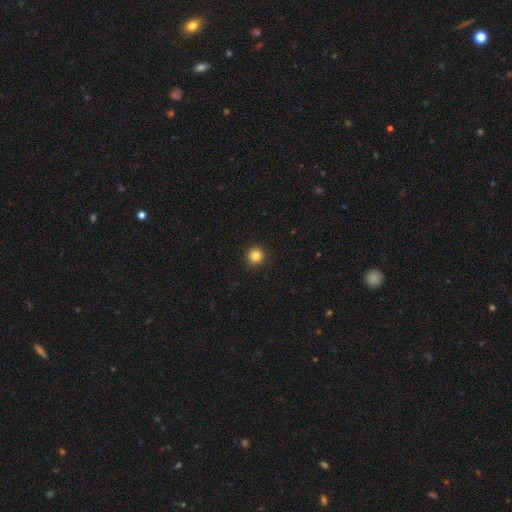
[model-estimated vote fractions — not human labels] smooth-or-featured: smooth: 84% | star or artifact: 12% | featured or disk: 4%
  how-rounded: round: 95% | in between: 4% | cigar-shaped: 1%
  merging: none: 93% | minor disturbance: 4% | major disturbance: 1% | merger: 1%